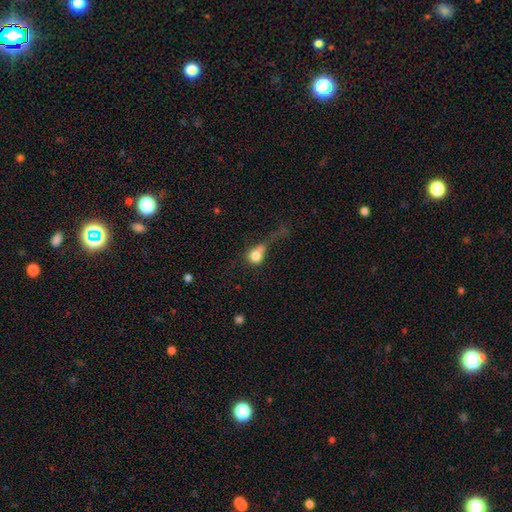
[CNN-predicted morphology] A smooth galaxy with no disk features (77%) that is round (72%). Merging: major disturbance (35%).